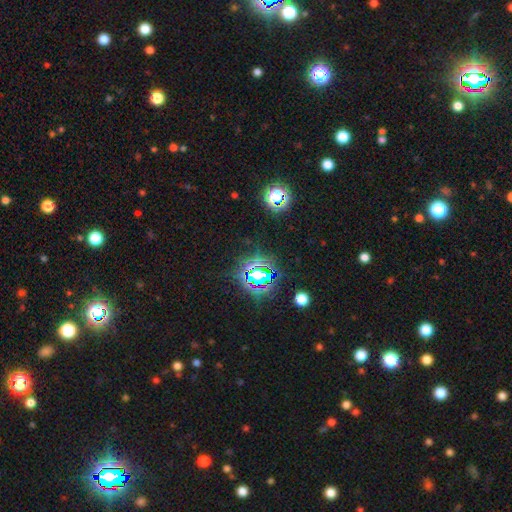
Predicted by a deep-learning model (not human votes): A star or artifact, not a galaxy (80%).

Vote fractions:
- Smooth or featured? star or artifact: 80% / smooth: 13% / featured or disk: 7%